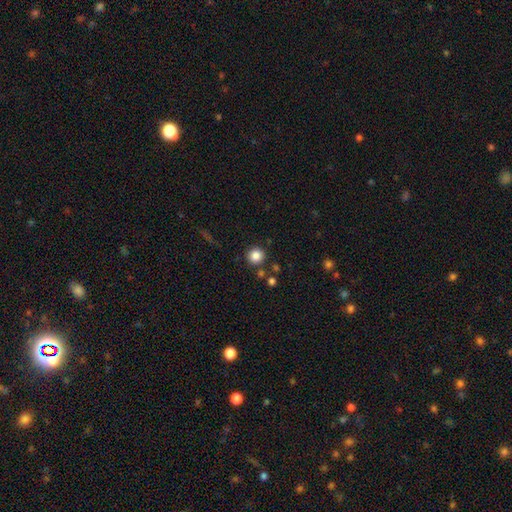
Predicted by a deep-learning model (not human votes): Q: Smooth or featured?
A: smooth (84%); runner-up: star or artifact (11%)
Q: How rounded?
A: round (92%); runner-up: in between (7%)
Q: Merging?
A: none (86%); runner-up: minor disturbance (7%)